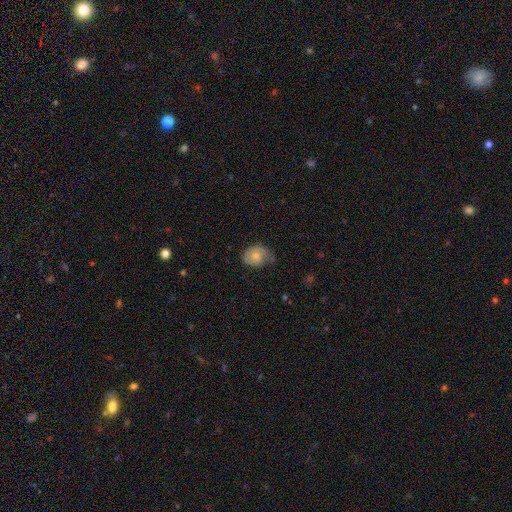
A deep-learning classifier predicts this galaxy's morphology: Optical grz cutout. It shows a smooth galaxy with no disk features (64%) that is in between round and cigar-shaped (52%). Merging: none (40%).